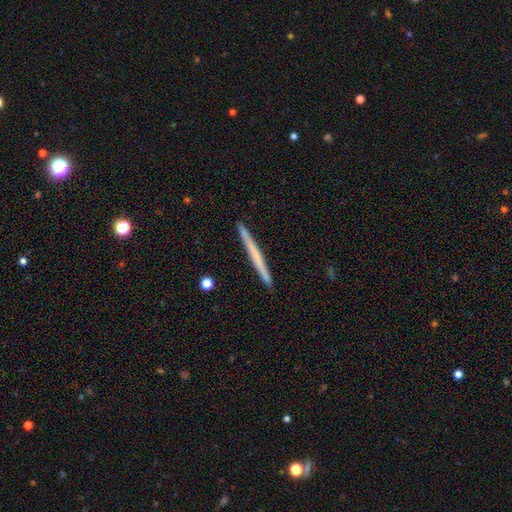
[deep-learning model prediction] Smooth or featured: smooth — 50% (featured or disk — 44%)
Merging: none — 92% (minor disturbance — 5%)